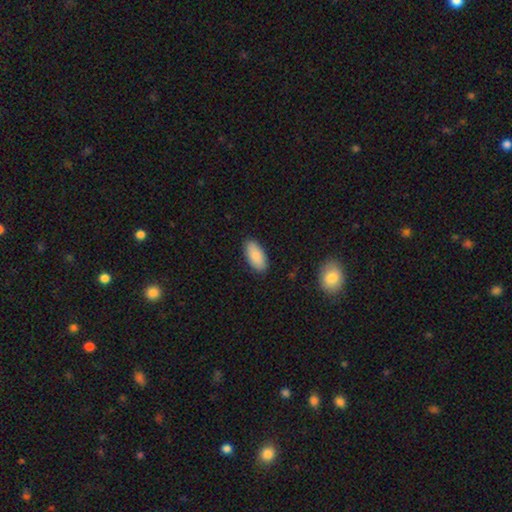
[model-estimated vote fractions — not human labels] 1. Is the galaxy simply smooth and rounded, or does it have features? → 87% smooth, 7% featured or disk, 6% star or artifact.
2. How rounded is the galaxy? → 92% in between, 6% cigar-shaped, 2% round.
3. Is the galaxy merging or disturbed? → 87% none, 9% minor disturbance, 2% major disturbance, 1% merger.